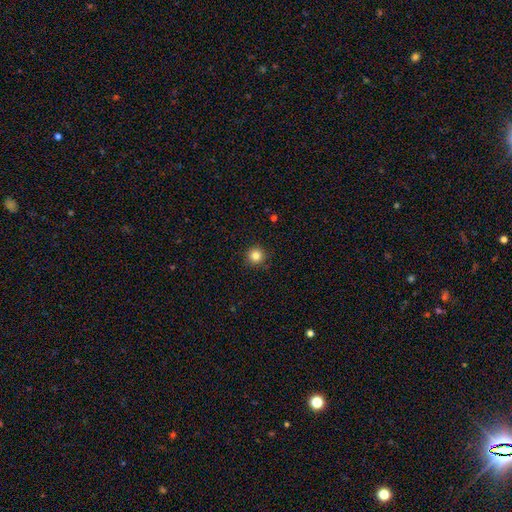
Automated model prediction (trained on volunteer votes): smooth_or_featured: smooth (p=0.83) [alt: star or artifact p=0.12]
how_rounded: round (p=0.95) [alt: in between p=0.04]
merging: none (p=0.91) [alt: minor disturbance p=0.07]